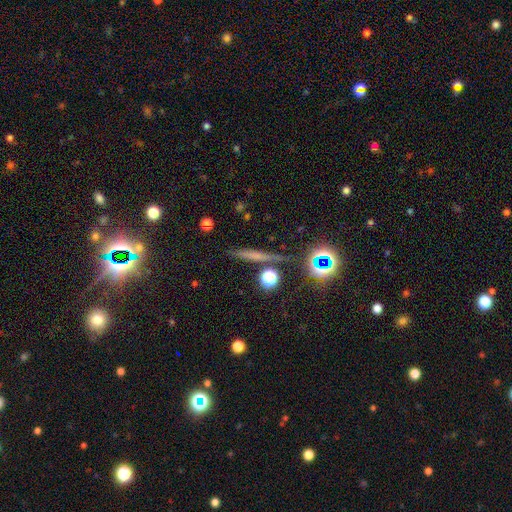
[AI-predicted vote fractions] Smooth or featured: smooth — 47% (featured or disk — 34%)
Merging: none — 85% (minor disturbance — 9%)